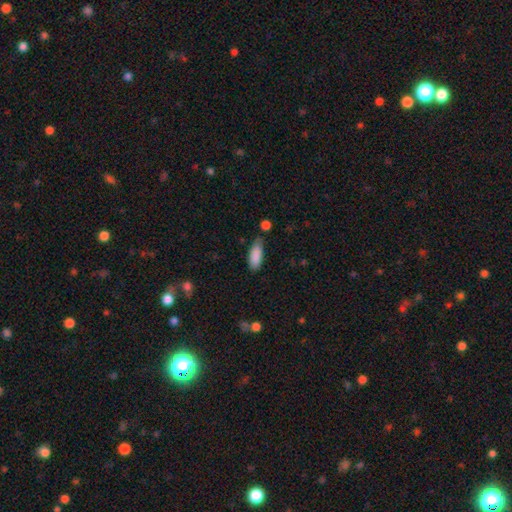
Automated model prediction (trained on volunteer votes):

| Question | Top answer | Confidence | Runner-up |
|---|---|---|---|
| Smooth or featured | smooth | 88% | star or artifact (7%) |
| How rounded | in between | 77% | cigar-shaped (21%) |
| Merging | none | 62% | minor disturbance (27%) |